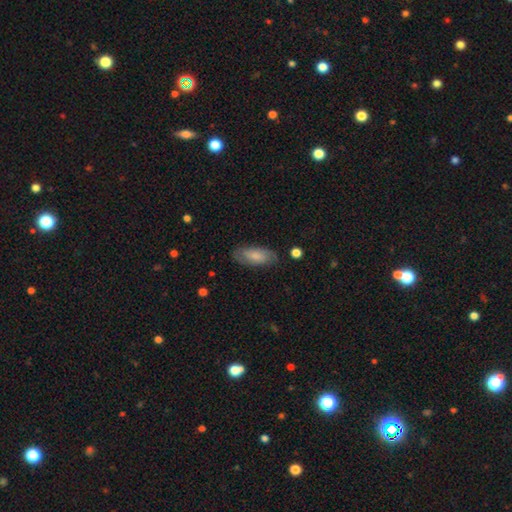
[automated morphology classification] Overall: smooth (72%). How rounded: in between (81%). Merging: none (80%).